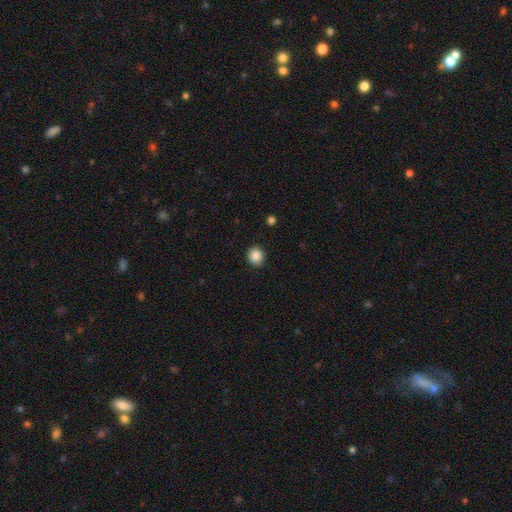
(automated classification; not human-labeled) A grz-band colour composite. It shows a smooth galaxy with no disk features (87%) that is round (87%). Merging: none (91%).